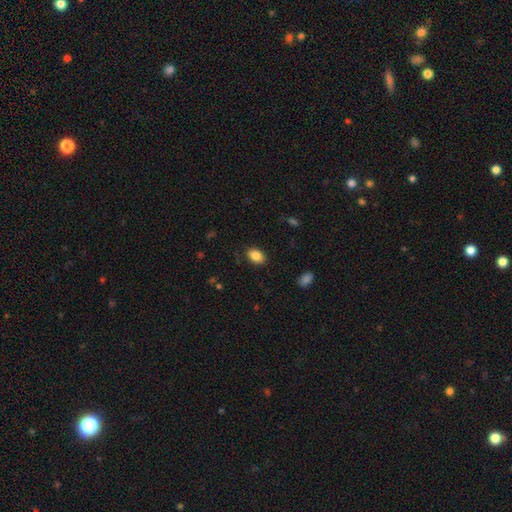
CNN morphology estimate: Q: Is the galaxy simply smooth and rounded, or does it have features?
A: smooth — 86%.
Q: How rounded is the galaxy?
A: in between — 84%.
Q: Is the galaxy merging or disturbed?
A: none — 86%.